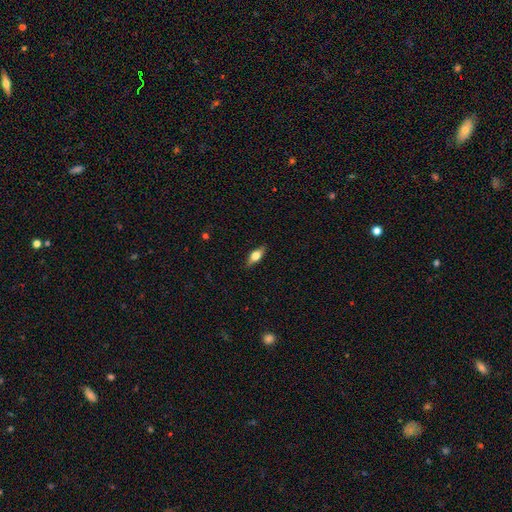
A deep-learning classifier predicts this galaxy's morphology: A smooth galaxy with no disk features (61%) that is in between round and cigar-shaped (74%). Merging: none (86%).